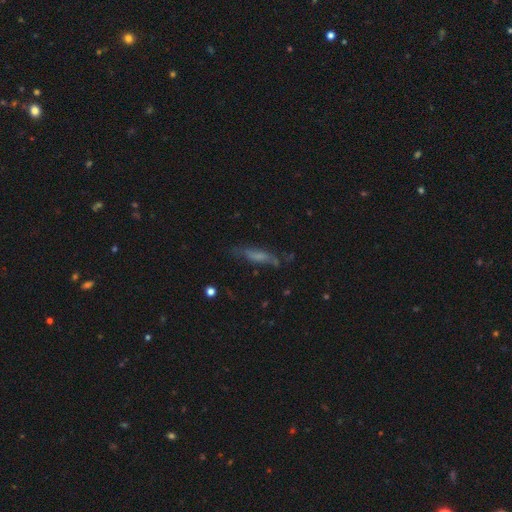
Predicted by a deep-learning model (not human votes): Smooth or featured?
  - smooth: 43% *
  - featured or disk: 41%
  - star or artifact: 16%
Merging?
  - none: 69% *
  - minor disturbance: 20%
  - major disturbance: 8%
  - merger: 3%